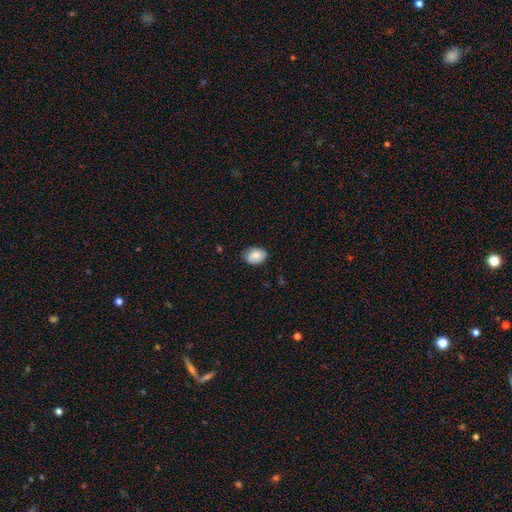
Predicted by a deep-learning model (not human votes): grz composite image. It shows a smooth galaxy with no disk features (81%) that is in between round and cigar-shaped (69%). Merging: none (78%).